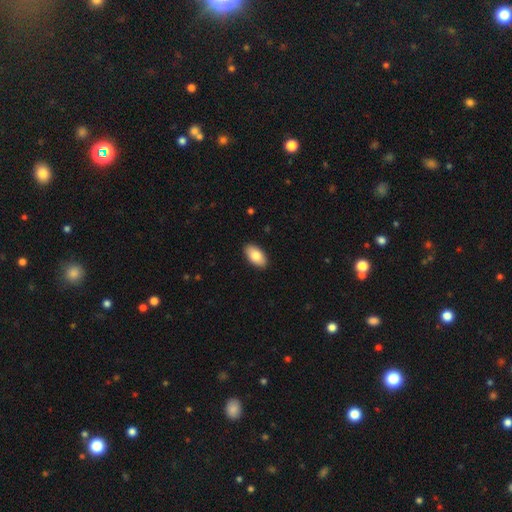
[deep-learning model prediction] A smooth galaxy with no disk features (83%) that is in between round and cigar-shaped (95%). Merging: none (90%).